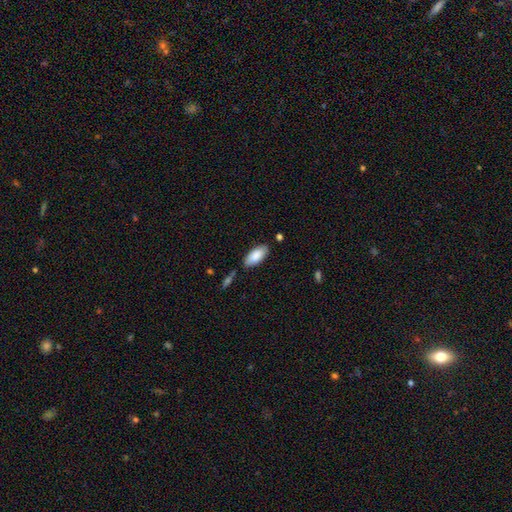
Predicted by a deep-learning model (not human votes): Smooth or featured? smooth (86%)
How rounded? in between (89%)
Merging? none (74%)